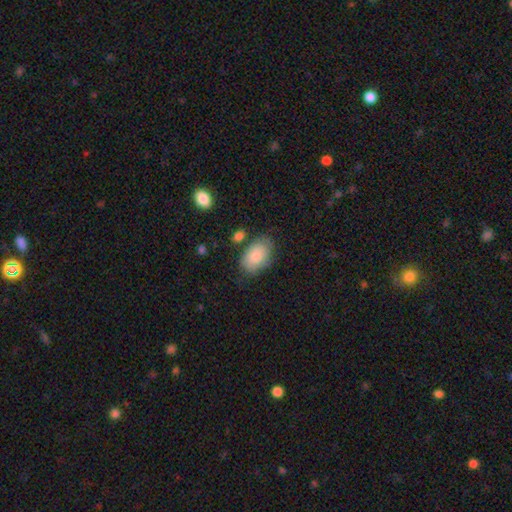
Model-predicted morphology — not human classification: Smooth or featured?
  - smooth: 83% *
  - featured or disk: 10%
  - star or artifact: 6%
How rounded?
  - in between: 91% *
  - round: 7%
  - cigar-shaped: 1%
Merging?
  - none: 69% *
  - minor disturbance: 20%
  - major disturbance: 6%
  - merger: 5%